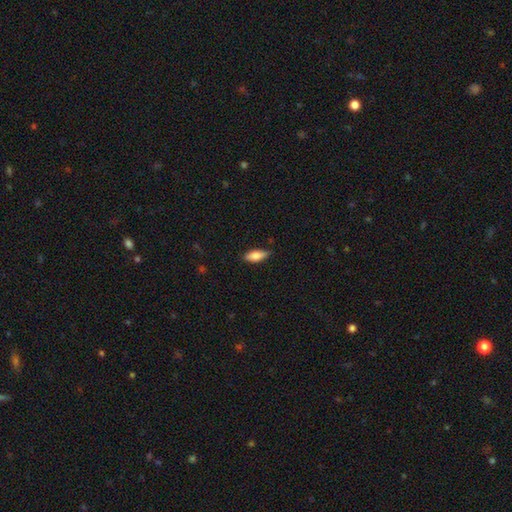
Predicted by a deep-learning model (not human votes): Smooth or featured? smooth (82%)
How rounded? in between (77%)
Merging? none (79%)